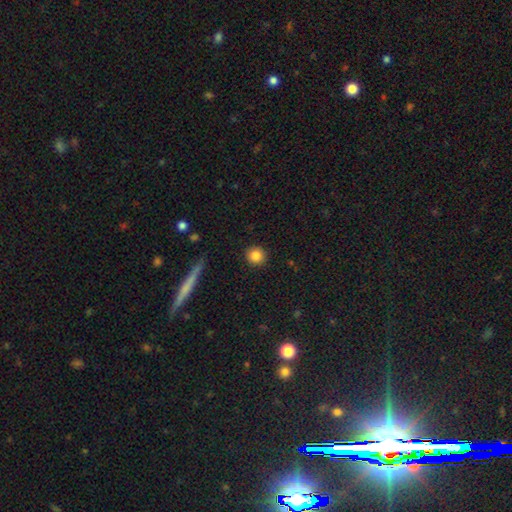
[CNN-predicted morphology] Q: Smooth or featured?
A: smooth (85%); runner-up: star or artifact (9%)
Q: How rounded?
A: round (92%); runner-up: in between (7%)
Q: Merging?
A: none (91%); runner-up: minor disturbance (6%)